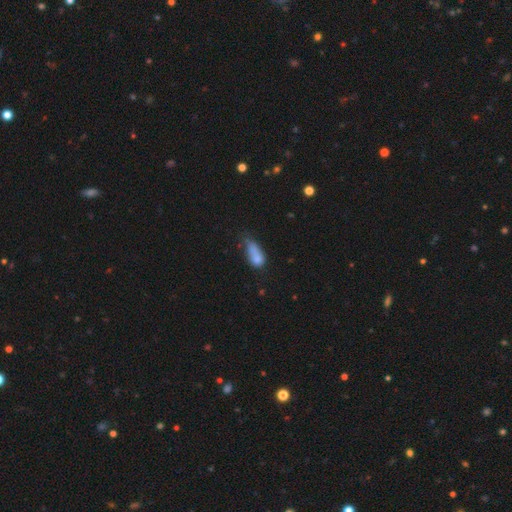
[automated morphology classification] Overall: smooth (75%). How rounded: in between (80%). Merging: minor disturbance (34%; major disturbance 27%).